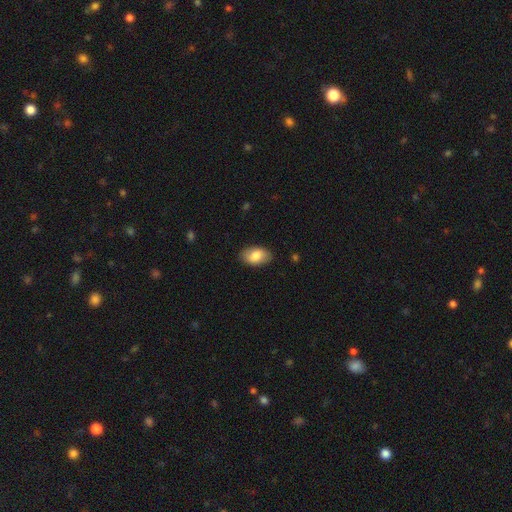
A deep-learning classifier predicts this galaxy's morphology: Smooth or featured?
  - smooth: 82% *
  - featured or disk: 12%
  - star or artifact: 6%
How rounded?
  - in between: 93% *
  - round: 6%
  - cigar-shaped: 1%
Merging?
  - none: 86% *
  - minor disturbance: 10%
  - major disturbance: 2%
  - merger: 1%